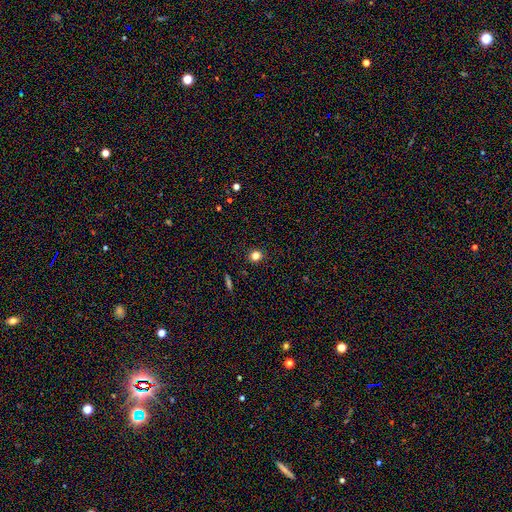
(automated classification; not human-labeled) smooth-or-featured: smooth: 80% | star or artifact: 15% | featured or disk: 5%
  how-rounded: round: 89% | in between: 10% | cigar-shaped: 1%
  merging: none: 91% | minor disturbance: 6% | major disturbance: 2% | merger: 1%